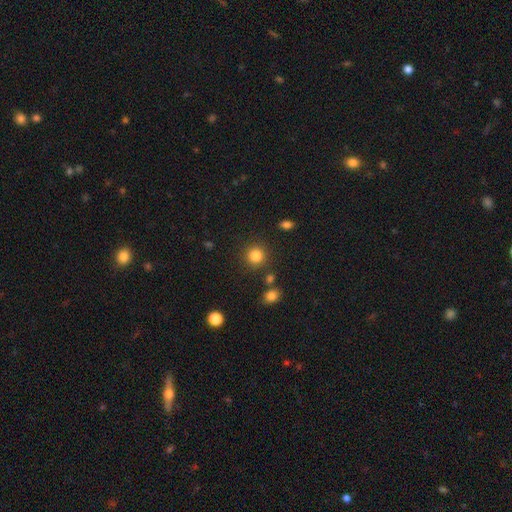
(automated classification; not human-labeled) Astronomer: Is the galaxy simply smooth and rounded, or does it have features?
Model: smooth — 83%.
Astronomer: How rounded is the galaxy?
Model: round — 91%.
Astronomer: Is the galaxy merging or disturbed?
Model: none — 86%.